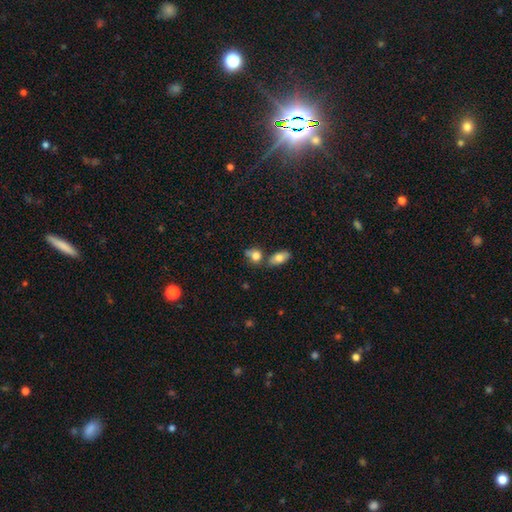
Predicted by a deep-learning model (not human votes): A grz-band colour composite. It shows a smooth galaxy with no disk features (80%) that is in between round and cigar-shaped (54%). Merging: none (47%).